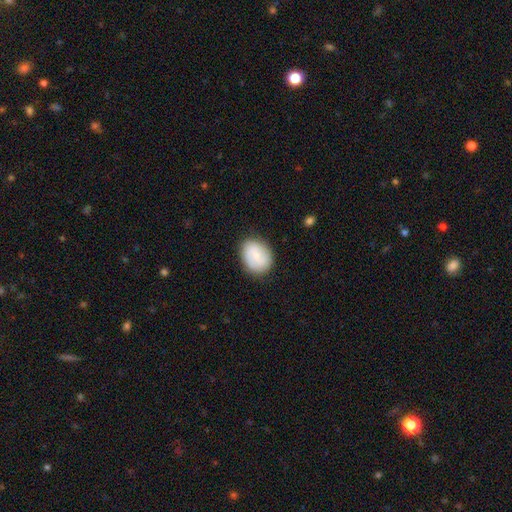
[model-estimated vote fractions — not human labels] smooth-or-featured: smooth: 67% | featured or disk: 26% | star or artifact: 7%
  how-rounded: in between: 52% | round: 47% | cigar-shaped: 1%
  merging: none: 82% | minor disturbance: 13% | major disturbance: 3% | merger: 1%